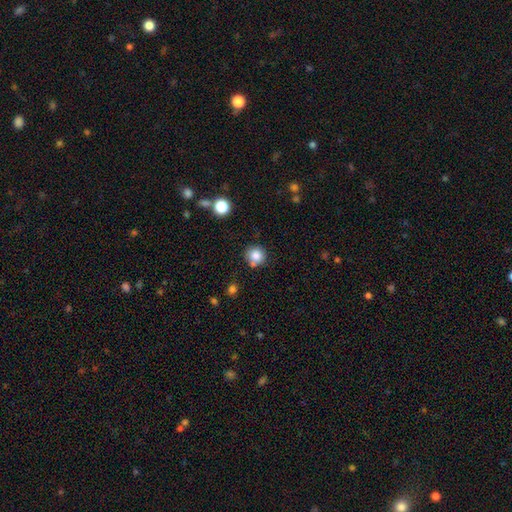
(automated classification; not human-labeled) smooth-or-featured: smooth: 83% | star or artifact: 11% | featured or disk: 6%
  how-rounded: round: 92% | in between: 7% | cigar-shaped: 1%
  merging: none: 73% | minor disturbance: 12% | merger: 11% | major disturbance: 3%